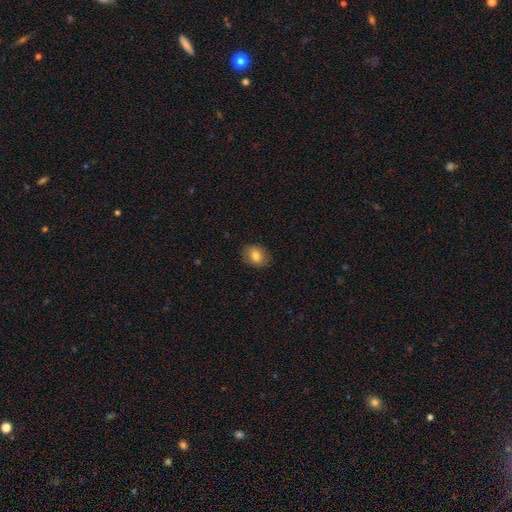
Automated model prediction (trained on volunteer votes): smooth 79%, featured or disk 12%, star or artifact 9%. Down the decision tree: how rounded — in between (50%); merging — none (86%).